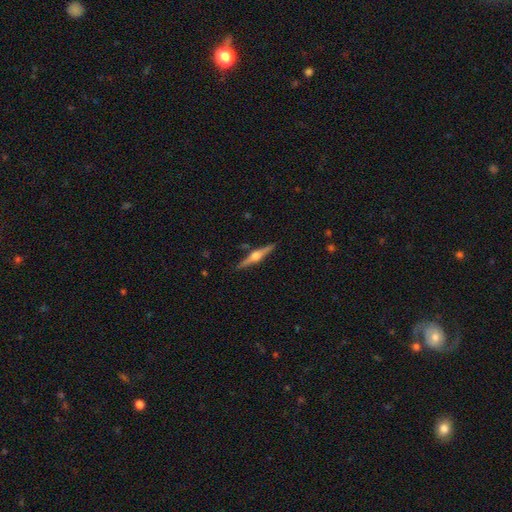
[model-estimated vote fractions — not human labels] featured or disk 77%, smooth 17%, star or artifact 6%. Down the decision tree: edge-on disk — yes (98%); edge-on bulge — rounded (93%); merging — none (89%).